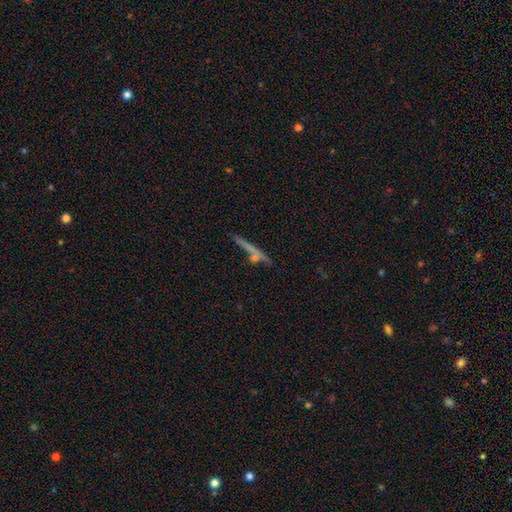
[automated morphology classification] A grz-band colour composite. It shows a smooth galaxy with no disk features (46%). Merging: none (64%).